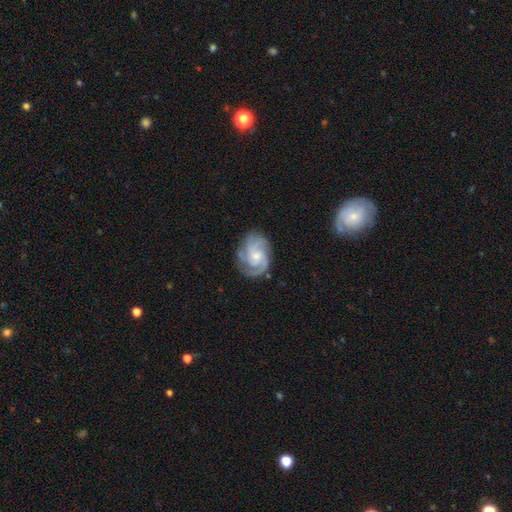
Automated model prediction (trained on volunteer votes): Smooth or featured: featured or disk — 85% (smooth — 10%)
Edge-on disk: no — 98% (yes — 2%)
Bar: no — 63% (weak — 33%)
Spiral arms: yes — 97% (no — 3%)
Spiral winding: tight — 47% (medium — 42%)
Spiral arm count: 3 — 40% (2 — 24%)
Bulge size: small — 51% (moderate — 40%)
Merging: none — 71% (minor disturbance — 19%)